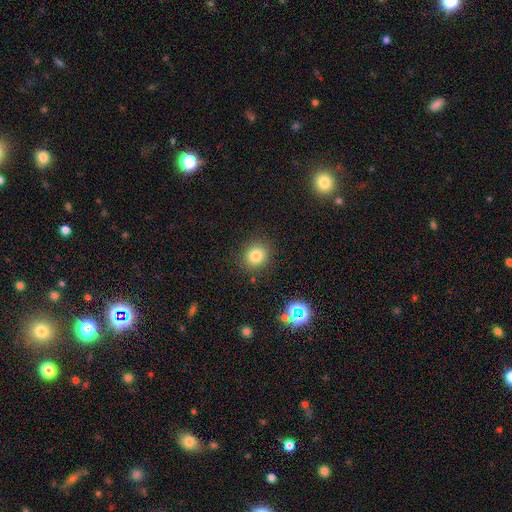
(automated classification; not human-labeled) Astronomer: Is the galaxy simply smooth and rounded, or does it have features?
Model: smooth — 80%.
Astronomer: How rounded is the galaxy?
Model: round — 80%.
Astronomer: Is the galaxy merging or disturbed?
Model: none — 87%.